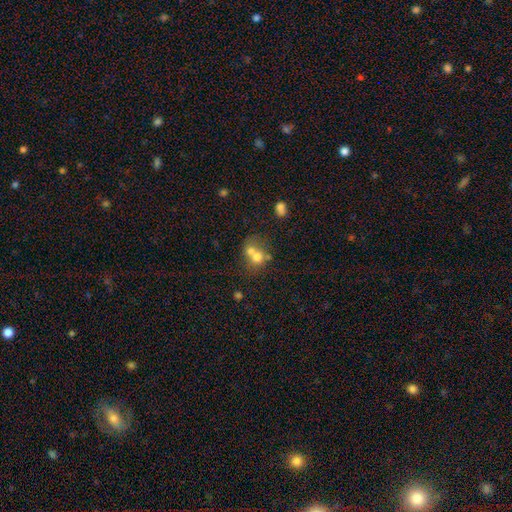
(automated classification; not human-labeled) A smooth galaxy with no disk features (65%) that is round (70%).

Vote fractions:
- Smooth or featured? smooth: 65% / featured or disk: 22% / star or artifact: 13%
- How rounded? round: 70% / in between: 29% / cigar-shaped: 1%
- Merging? merger: 64% / none: 26% / minor disturbance: 6% / major disturbance: 4%